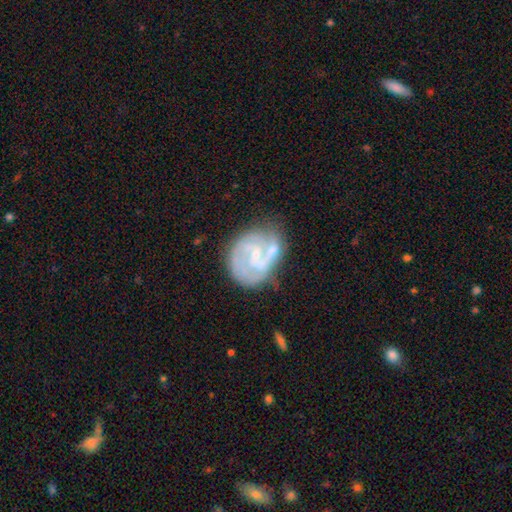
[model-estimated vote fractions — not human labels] This is clearly a featured or disk galaxy (81%). It is clearly not viewed edge-on (98%). Bar: marginally weak (45%). Spiral arm pattern: clearly yes (90%). Spiral arm count: possibly 2 (57%). Spiral winding: marginally medium (44%). Central bulge: likely small (70%). Merging: possibly none (51%).